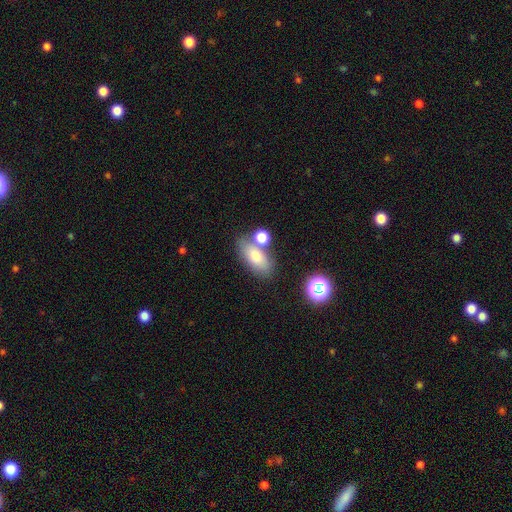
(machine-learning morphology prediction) Smooth or featured?
  - smooth: 73% *
  - featured or disk: 15%
  - star or artifact: 11%
How rounded?
  - in between: 83% *
  - round: 9%
  - cigar-shaped: 8%
Merging?
  - none: 66% *
  - merger: 16%
  - minor disturbance: 13%
  - major disturbance: 5%